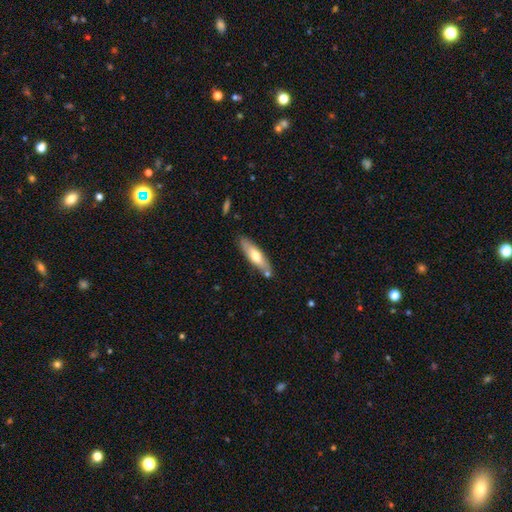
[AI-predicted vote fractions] smooth 58%, featured or disk 36%, star or artifact 5%. Down the decision tree: how rounded — cigar-shaped (63%); merging — none (78%).